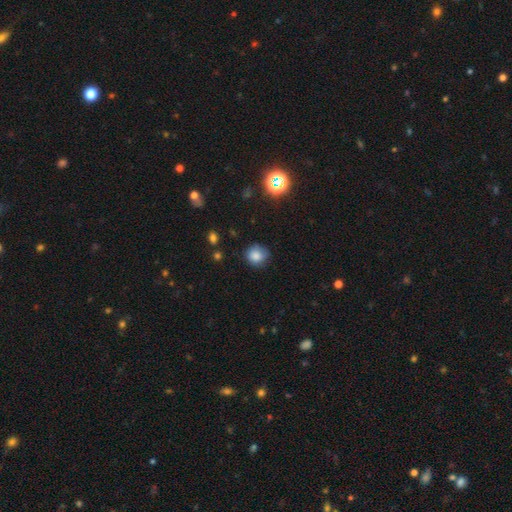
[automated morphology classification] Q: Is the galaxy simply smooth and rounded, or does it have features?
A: smooth — 82%.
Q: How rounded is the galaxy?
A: round — 86%.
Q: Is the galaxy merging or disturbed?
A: none — 74%.